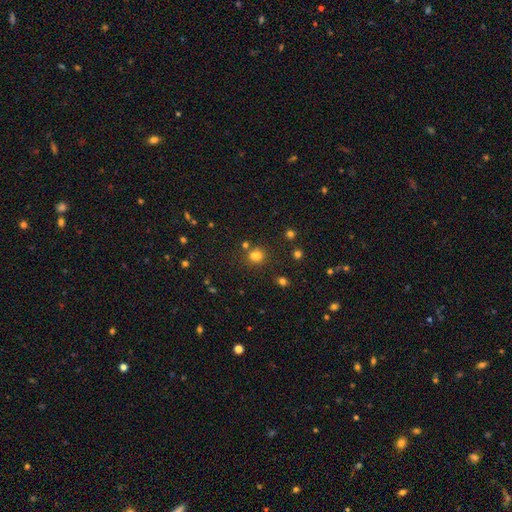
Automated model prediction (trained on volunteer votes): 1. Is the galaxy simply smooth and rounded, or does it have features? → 71% smooth, 21% star or artifact, 8% featured or disk.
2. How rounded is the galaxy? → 72% round, 27% in between, 1% cigar-shaped.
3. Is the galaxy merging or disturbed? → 58% none, 26% merger, 11% minor disturbance, 5% major disturbance.